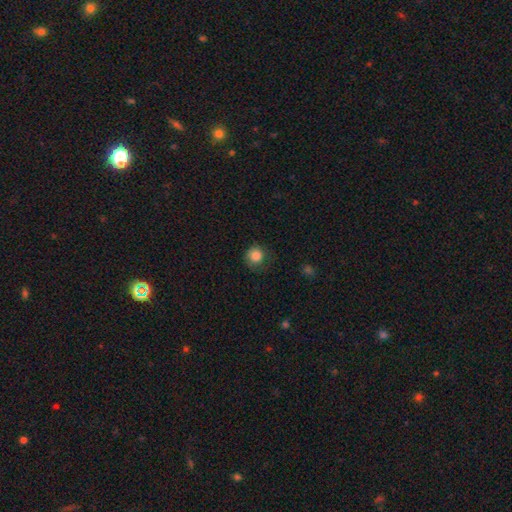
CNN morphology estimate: smooth-or-featured: smooth: 85% | star or artifact: 10% | featured or disk: 5%
  how-rounded: round: 90% | in between: 9% | cigar-shaped: 1%
  merging: none: 74% | minor disturbance: 19% | major disturbance: 6% | merger: 1%